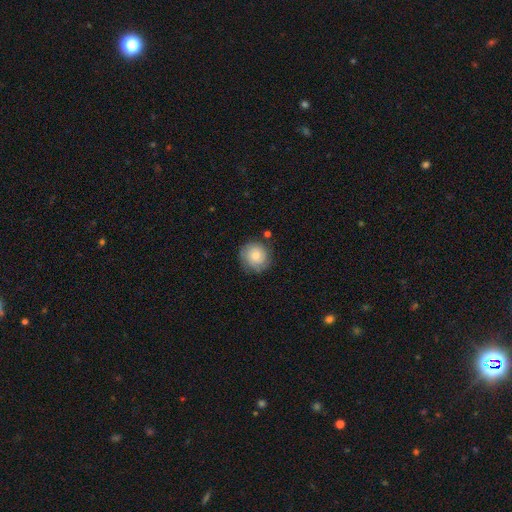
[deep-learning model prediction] This appears to be a smooth galaxy with no disk features (60%) that is round (90%). Merging: none (79%).